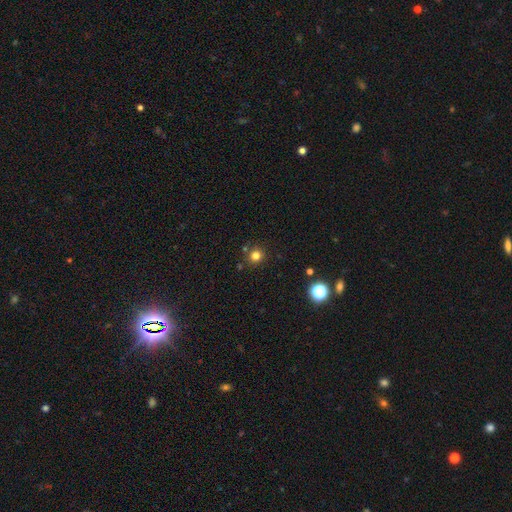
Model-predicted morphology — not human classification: Overall: smooth (78%). How rounded: round (92%). Merging: none (84%).